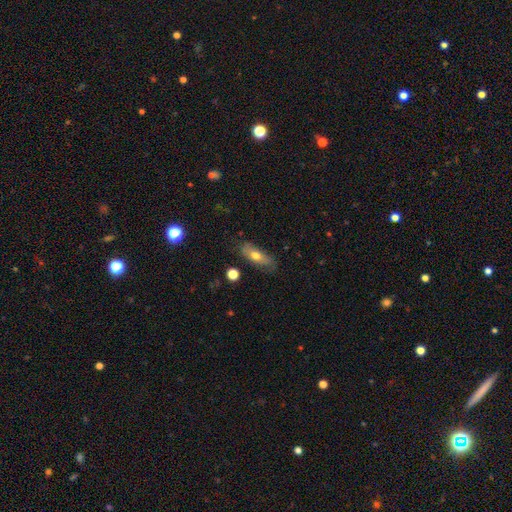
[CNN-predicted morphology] A smooth galaxy with no disk features (62%) that is in between round and cigar-shaped (66%).

Vote fractions:
- Smooth or featured? smooth: 62% / featured or disk: 31% / star or artifact: 7%
- How rounded? in between: 66% / cigar-shaped: 29% / round: 4%
- Merging? none: 71% / minor disturbance: 22% / major disturbance: 6% / merger: 2%